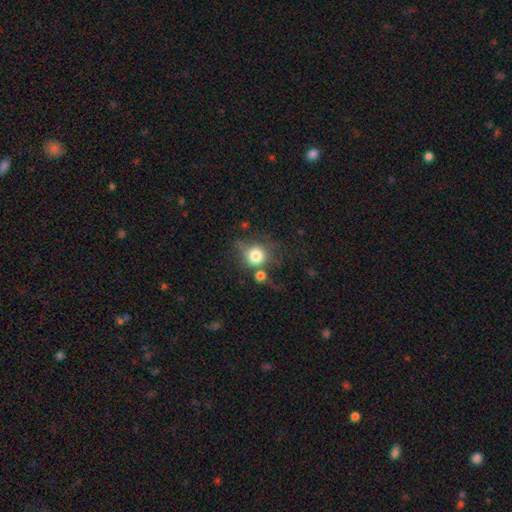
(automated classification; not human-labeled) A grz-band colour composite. It shows a smooth galaxy with no disk features (77%) that is round (87%). Merging: none (48%).